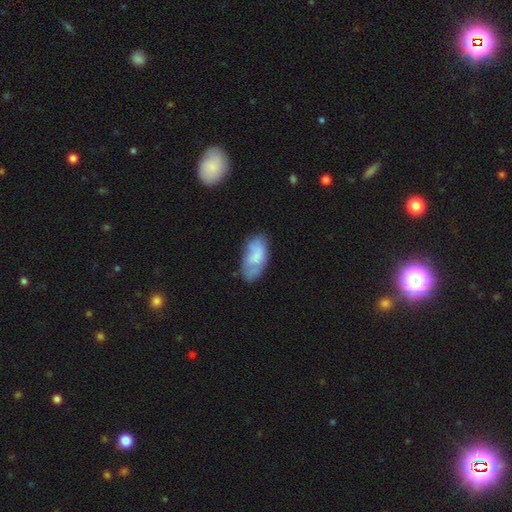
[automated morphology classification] Smooth or featured? smooth (65%)
How rounded? in between (93%)
Merging? none (58%)